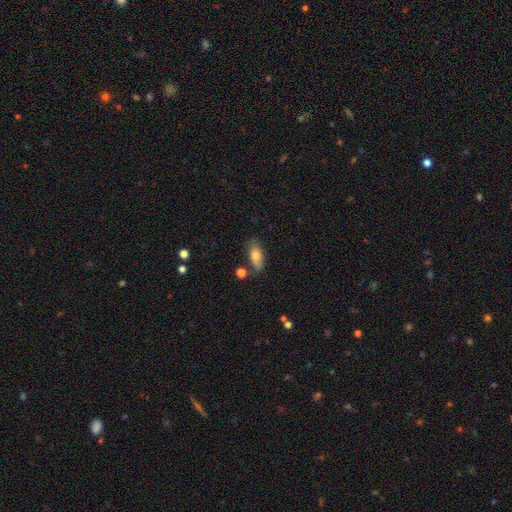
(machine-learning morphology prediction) type=smooth (75%); roundness=in between (82%); merging=none (72%).